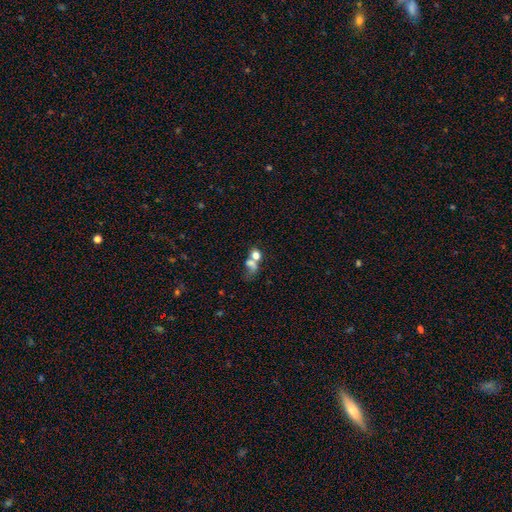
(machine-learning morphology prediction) Smooth or featured: smooth — 61% (featured or disk — 20%)
How rounded: round — 53% (in between — 44%)
Merging: merger — 51% (none — 23%)